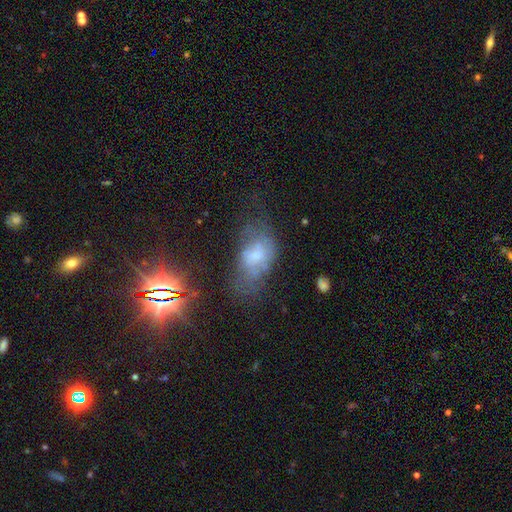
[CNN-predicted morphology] A smooth galaxy with no disk features (44%).

Vote fractions:
- Smooth or featured? smooth: 44% / featured or disk: 39% / star or artifact: 16%
- Merging? none: 35% / major disturbance: 31% / minor disturbance: 27% / merger: 7%